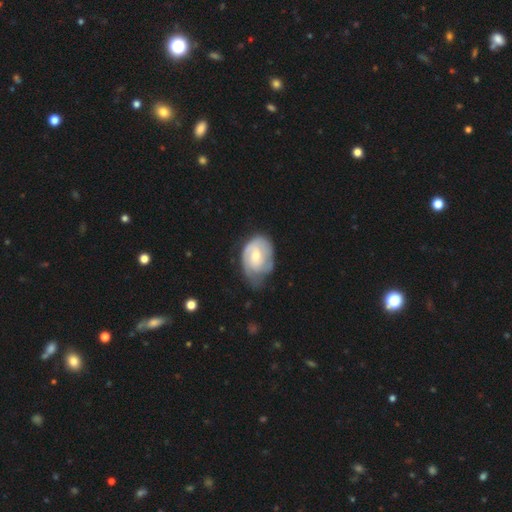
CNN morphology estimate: This appears to be a featured or disk galaxy (62%) with no bar (55%), spiral arms (82%) and a moderate central bulge (49%). Merging: minor disturbance (38%).